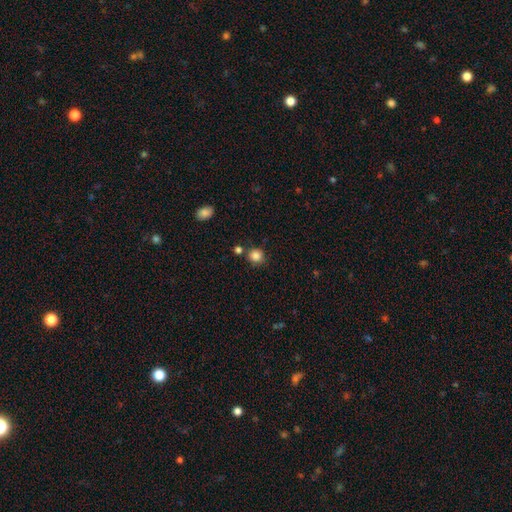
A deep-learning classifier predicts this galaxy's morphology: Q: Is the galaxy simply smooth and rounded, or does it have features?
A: smooth — 85%.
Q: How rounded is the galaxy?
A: round — 87%.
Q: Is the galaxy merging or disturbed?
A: none — 77%.